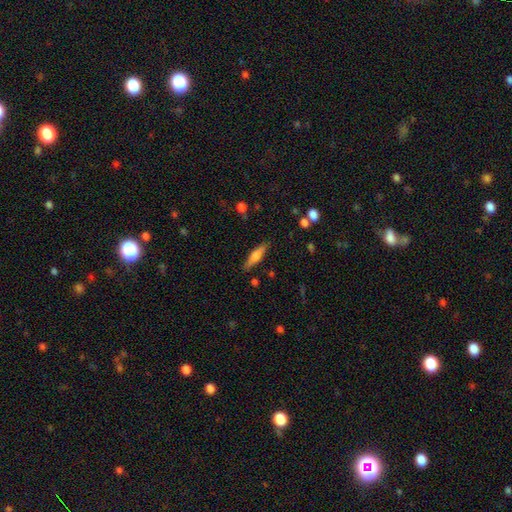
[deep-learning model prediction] Smooth or featured? smooth (54%)
How rounded? cigar-shaped (72%)
Merging? none (86%)